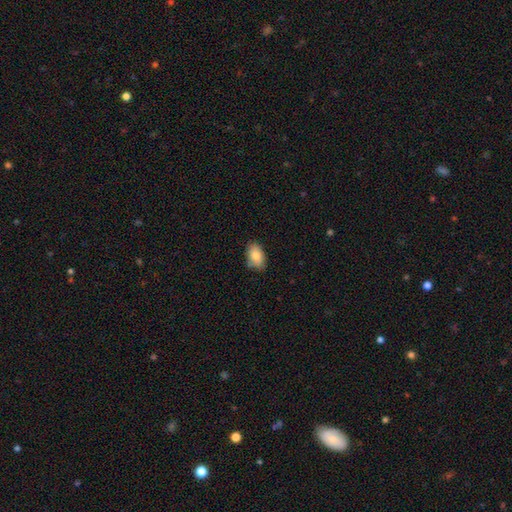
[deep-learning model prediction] smooth 85%, featured or disk 8%, star or artifact 7%. Down the decision tree: how rounded — in between (91%); merging — none (75%).